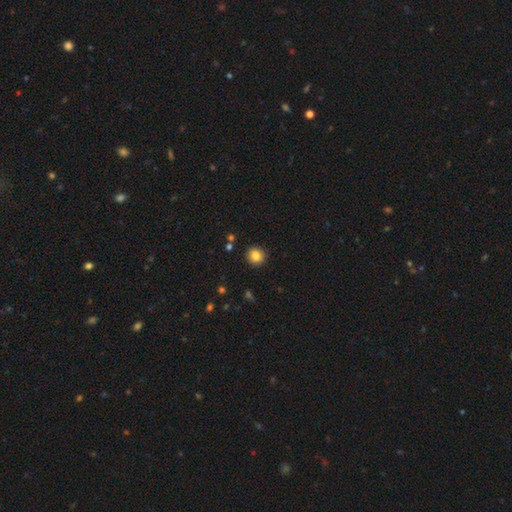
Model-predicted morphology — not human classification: This appears to be a smooth galaxy with no disk features (85%) that is round (89%). Merging: none (91%).